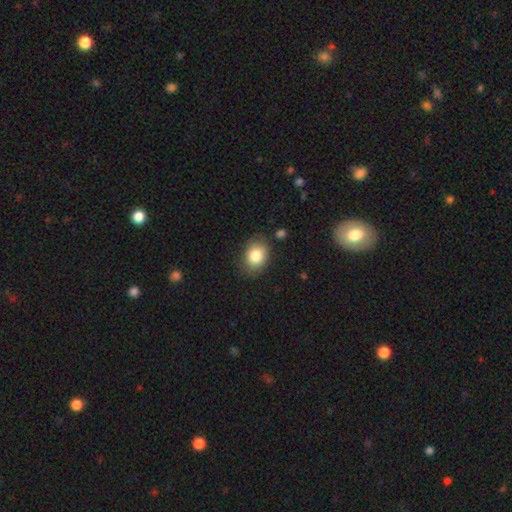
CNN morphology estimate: A smooth galaxy with no disk features (83%) that is in between round and cigar-shaped (63%). Merging: none (80%).